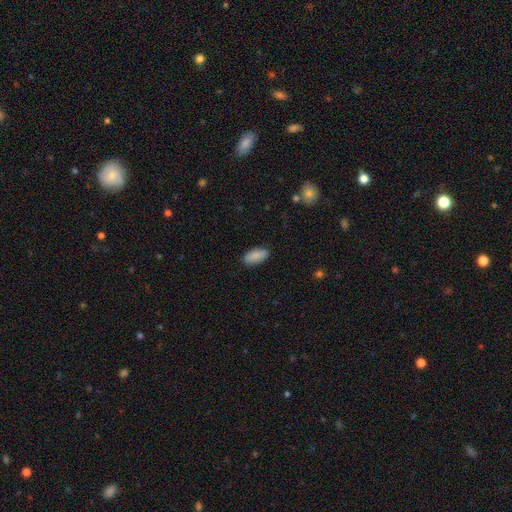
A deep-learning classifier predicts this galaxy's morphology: This is clearly a smooth galaxy (88%). How rounded: clearly in between (87%). Merging: clearly none (88%).